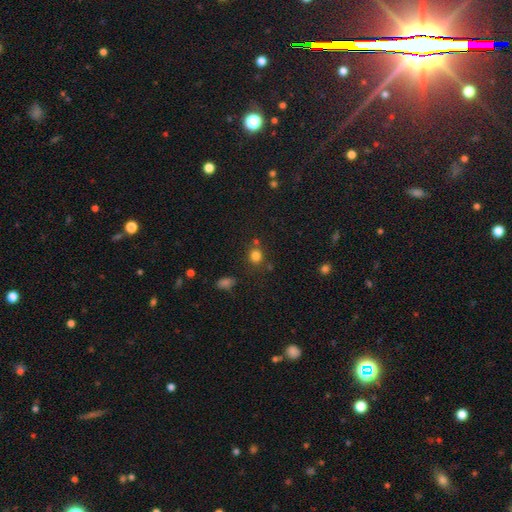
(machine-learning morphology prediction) Q: Smooth or featured?
A: smooth (79%); runner-up: star or artifact (15%)
Q: How rounded?
A: round (79%); runner-up: in between (20%)
Q: Merging?
A: none (71%); runner-up: merger (13%)